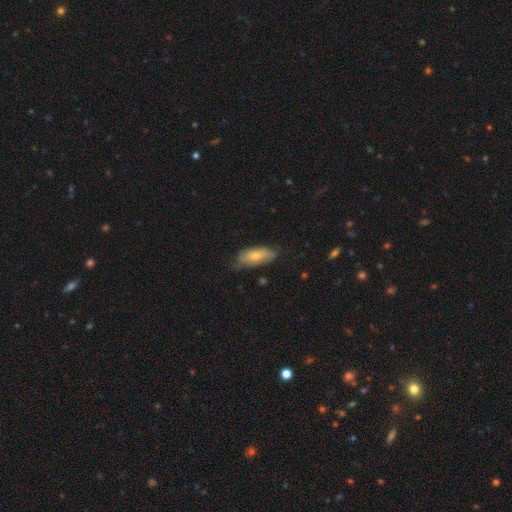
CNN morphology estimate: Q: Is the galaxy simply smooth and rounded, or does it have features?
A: smooth — 64%.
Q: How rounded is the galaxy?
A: in between — 74%.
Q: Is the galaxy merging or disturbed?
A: none — 61%.